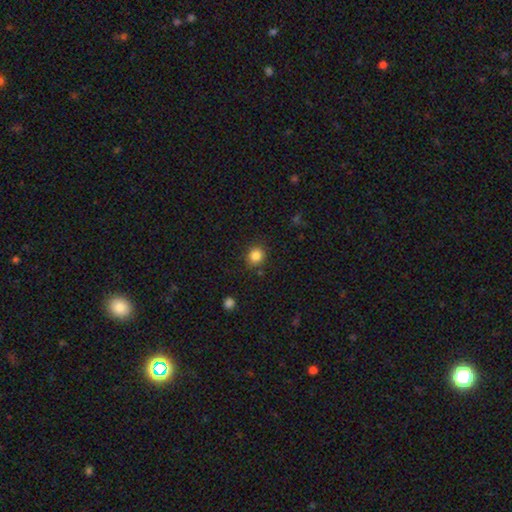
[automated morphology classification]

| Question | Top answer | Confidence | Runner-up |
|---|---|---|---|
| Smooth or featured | smooth | 84% | star or artifact (11%) |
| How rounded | round | 85% | in between (14%) |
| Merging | none | 85% | minor disturbance (10%) |